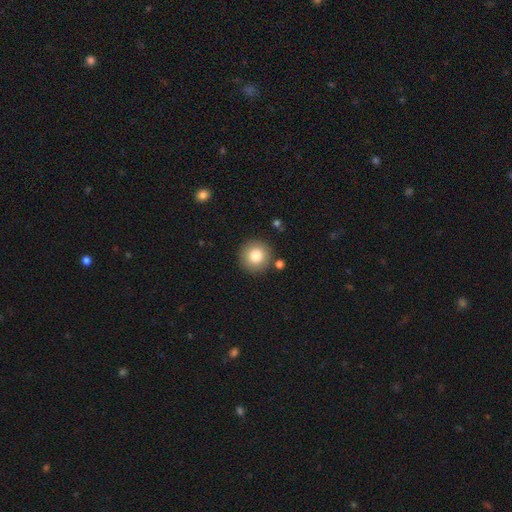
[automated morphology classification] Q: Smooth or featured?
A: smooth (80%); runner-up: star or artifact (10%)
Q: How rounded?
A: round (95%); runner-up: in between (4%)
Q: Merging?
A: none (88%); runner-up: minor disturbance (7%)